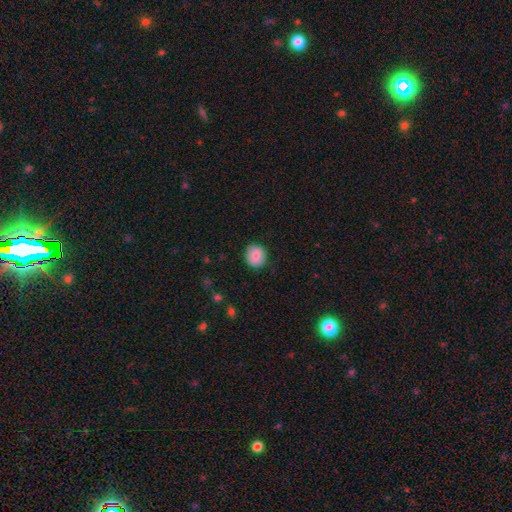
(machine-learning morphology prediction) The model was most divided on "how rounded": round: 83%, in between: 16%, cigar-shaped: 1%. More confident: smooth or featured — smooth (87%); merging — none (87%).